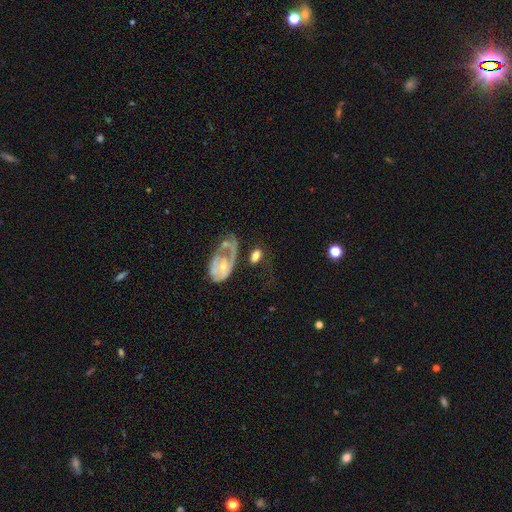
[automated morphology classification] The model was most divided on "smooth or featured": smooth: 46%, featured or disk: 45%, star or artifact: 8%. Remaining: merging — major disturbance (36%).